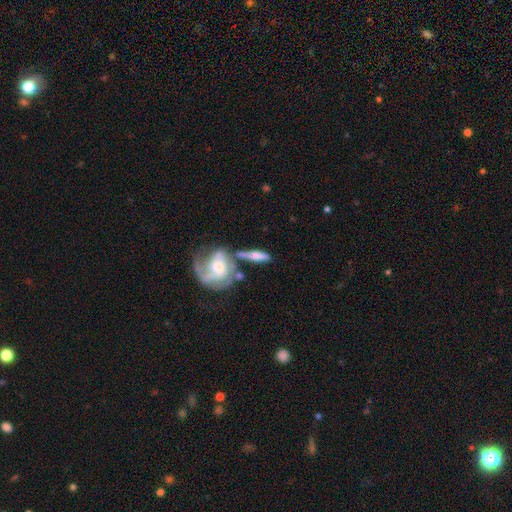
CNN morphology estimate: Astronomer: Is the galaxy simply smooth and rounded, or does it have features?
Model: featured or disk — 49% (runner-up: smooth, 44%).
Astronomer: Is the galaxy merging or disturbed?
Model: none — 50%.